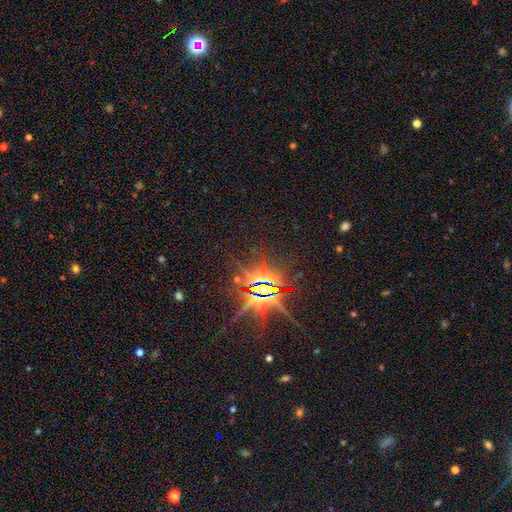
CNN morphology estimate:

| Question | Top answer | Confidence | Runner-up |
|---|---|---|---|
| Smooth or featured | star or artifact | 86% | smooth (7%) |